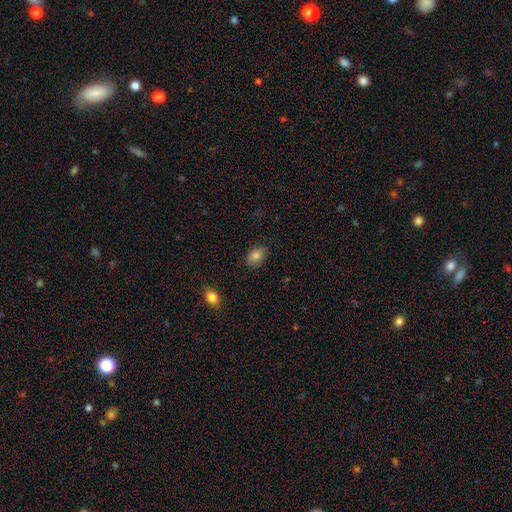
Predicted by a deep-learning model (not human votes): smooth-or-featured: smooth: 85% | star or artifact: 9% | featured or disk: 7%
  how-rounded: in between: 83% | round: 16% | cigar-shaped: 1%
  merging: none: 81% | minor disturbance: 15% | major disturbance: 3% | merger: 1%